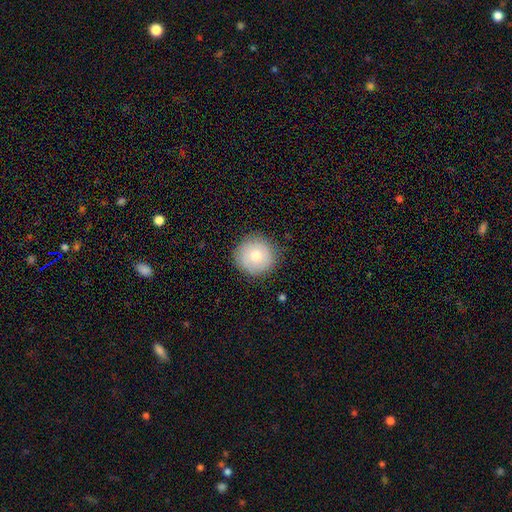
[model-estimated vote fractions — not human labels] smooth-or-featured: smooth: 65% | featured or disk: 28% | star or artifact: 8%
  how-rounded: round: 94% | in between: 5% | cigar-shaped: 1%
  merging: none: 84% | minor disturbance: 12% | major disturbance: 3% | merger: 1%